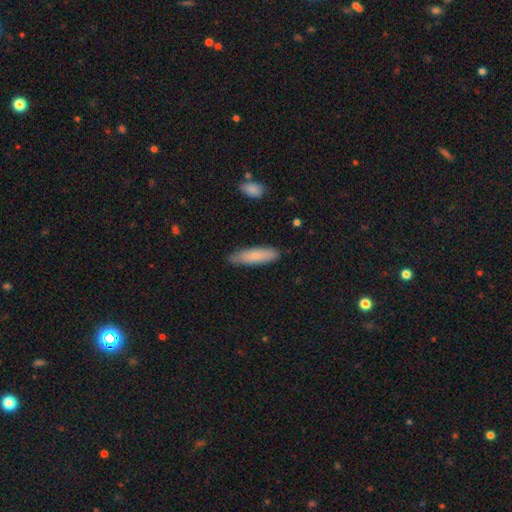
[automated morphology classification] This is likely a smooth galaxy (80%). How rounded: likely cigar-shaped (68%). Merging: clearly none (82%).